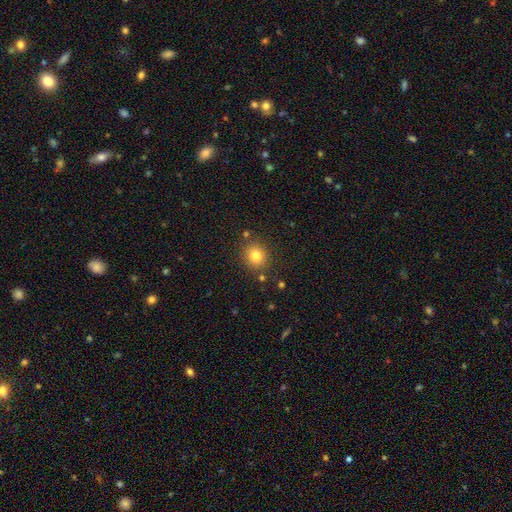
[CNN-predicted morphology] Smooth or featured? Predicted: smooth (p=0.80). How rounded? Predicted: round (p=0.83). Merging? Predicted: none (p=0.85).